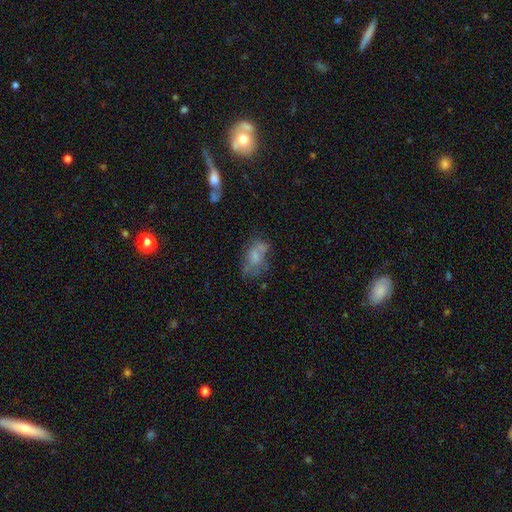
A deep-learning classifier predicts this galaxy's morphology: This appears to be a smooth galaxy with no disk features (52%) that is in between round and cigar-shaped (85%). Merging: none (38%).